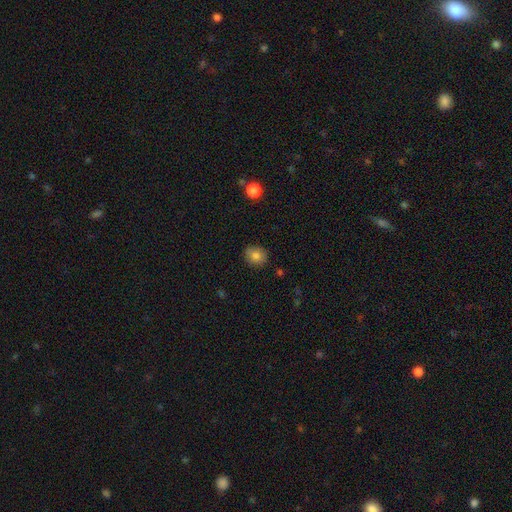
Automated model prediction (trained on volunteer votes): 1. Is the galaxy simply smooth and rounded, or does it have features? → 82% smooth, 10% star or artifact, 8% featured or disk.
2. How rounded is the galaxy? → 70% round, 29% in between, 1% cigar-shaped.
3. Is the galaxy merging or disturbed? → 85% none, 11% minor disturbance, 2% major disturbance, 1% merger.